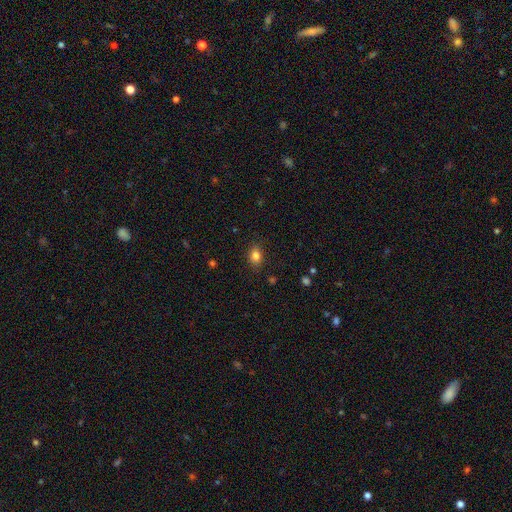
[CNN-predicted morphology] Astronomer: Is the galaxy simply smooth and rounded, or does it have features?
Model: smooth — 82%.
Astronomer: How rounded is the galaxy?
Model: in between — 65%.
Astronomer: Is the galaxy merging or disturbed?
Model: none — 87%.